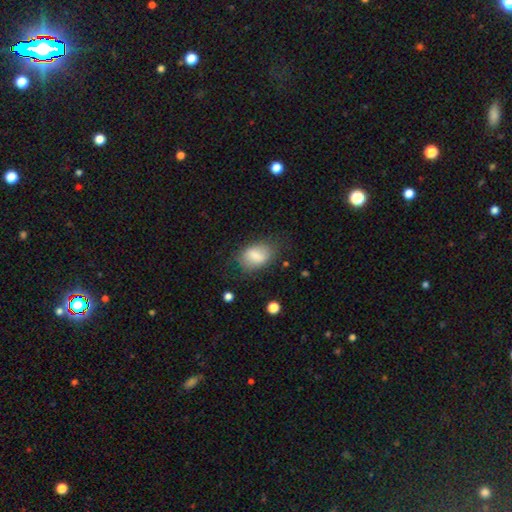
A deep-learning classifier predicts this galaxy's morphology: Q: Smooth or featured?
A: smooth (79%); runner-up: featured or disk (14%)
Q: How rounded?
A: in between (81%); runner-up: round (17%)
Q: Merging?
A: none (61%); runner-up: minor disturbance (26%)